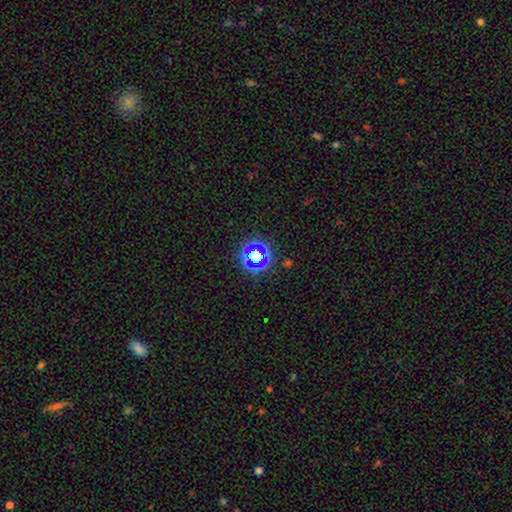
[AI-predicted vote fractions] Morphology: type=star or artifact (57%).